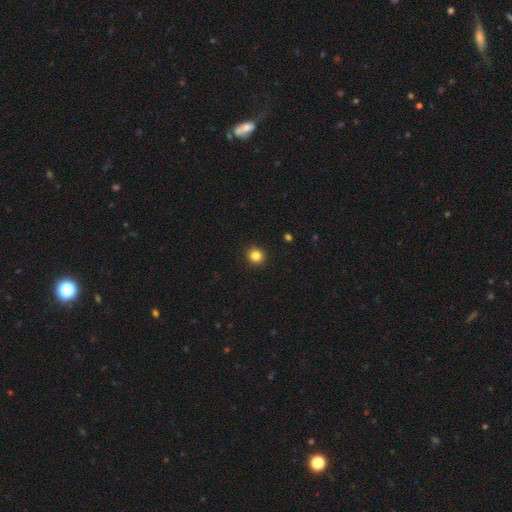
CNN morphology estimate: Q: Smooth or featured?
A: smooth (84%); runner-up: star or artifact (12%)
Q: How rounded?
A: round (91%); runner-up: in between (8%)
Q: Merging?
A: none (93%); runner-up: minor disturbance (5%)